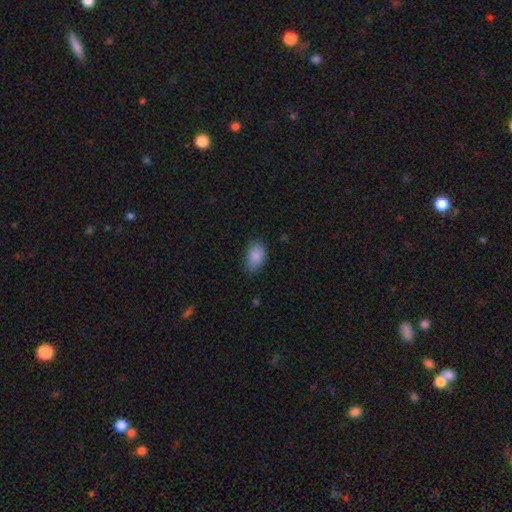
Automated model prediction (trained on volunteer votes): smooth_or_featured: smooth (p=0.87) [alt: star or artifact p=0.08]
how_rounded: in between (p=0.85) [alt: round p=0.14]
merging: none (p=0.74) [alt: minor disturbance p=0.21]